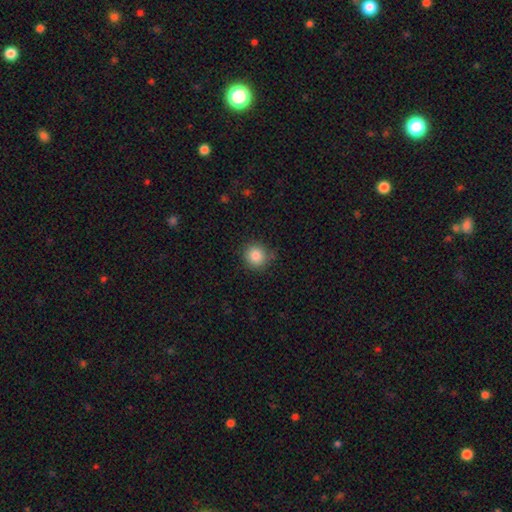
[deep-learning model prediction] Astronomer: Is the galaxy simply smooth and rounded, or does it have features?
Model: smooth — 86%.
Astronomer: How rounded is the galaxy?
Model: round — 90%.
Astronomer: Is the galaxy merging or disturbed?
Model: none — 84%.